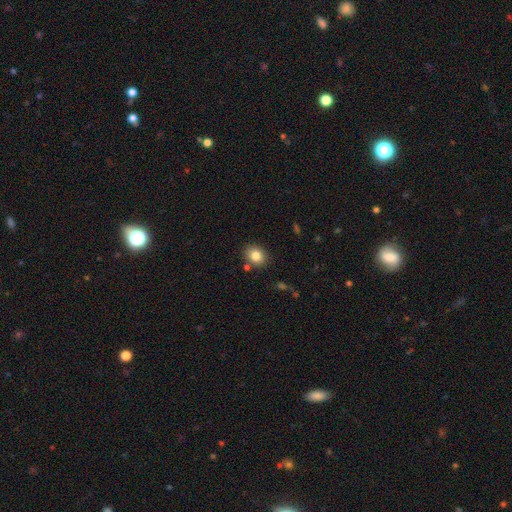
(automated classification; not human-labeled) Smooth or featured?
  - smooth: 83% *
  - star or artifact: 10%
  - featured or disk: 7%
How rounded?
  - round: 52% *
  - in between: 47%
  - cigar-shaped: 1%
Merging?
  - none: 83% *
  - minor disturbance: 10%
  - merger: 5%
  - major disturbance: 3%